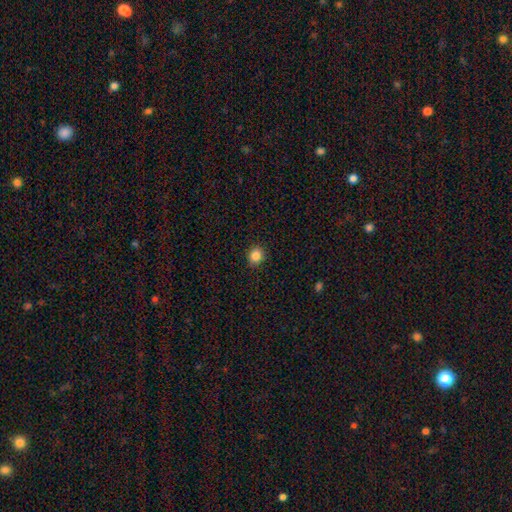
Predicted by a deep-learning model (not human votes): This appears to be a smooth galaxy with no disk features (85%) that is round (83%). Merging: none (90%).